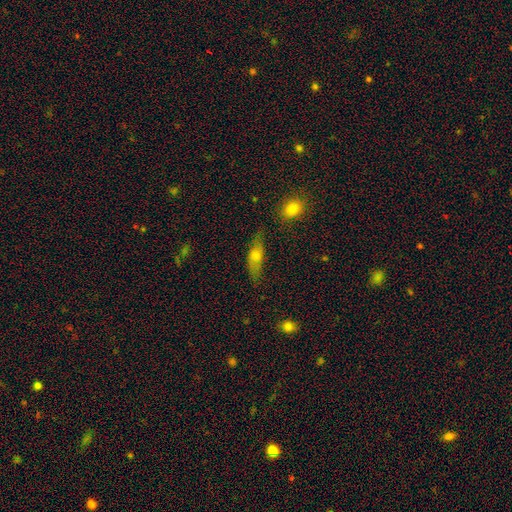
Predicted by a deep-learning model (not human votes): A smooth galaxy with no disk features (57%) that is in between round and cigar-shaped (53%).

Vote fractions:
- Smooth or featured? smooth: 57% / featured or disk: 34% / star or artifact: 9%
- How rounded? in between: 53% / cigar-shaped: 42% / round: 5%
- Merging? none: 70% / minor disturbance: 21% / major disturbance: 5% / merger: 3%